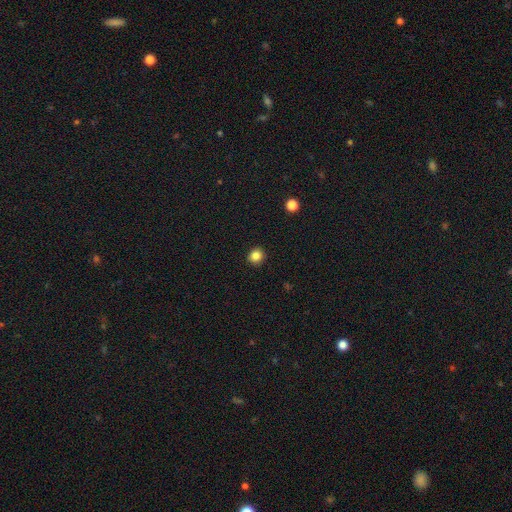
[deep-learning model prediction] This appears to be a smooth galaxy with no disk features (84%) that is round (86%). Merging: none (92%).